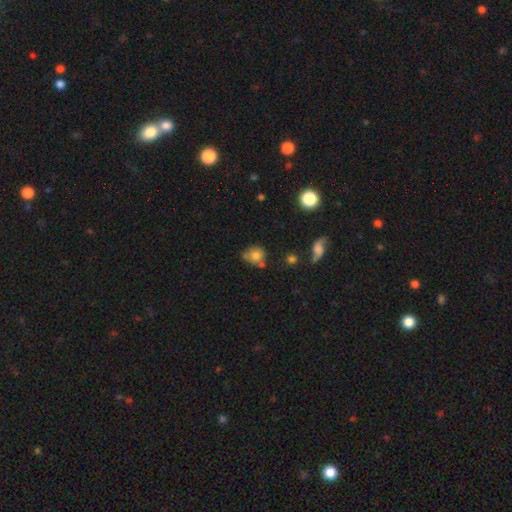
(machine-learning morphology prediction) Smooth or featured: smooth — 72% (featured or disk — 16%)
How rounded: round — 74% (in between — 25%)
Merging: none — 49% (minor disturbance — 24%)